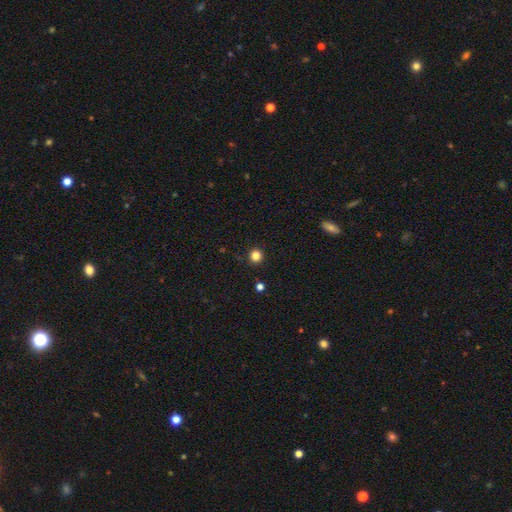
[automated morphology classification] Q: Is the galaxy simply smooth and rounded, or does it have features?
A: smooth — 83%.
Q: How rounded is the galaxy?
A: round — 94%.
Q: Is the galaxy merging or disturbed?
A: none — 92%.